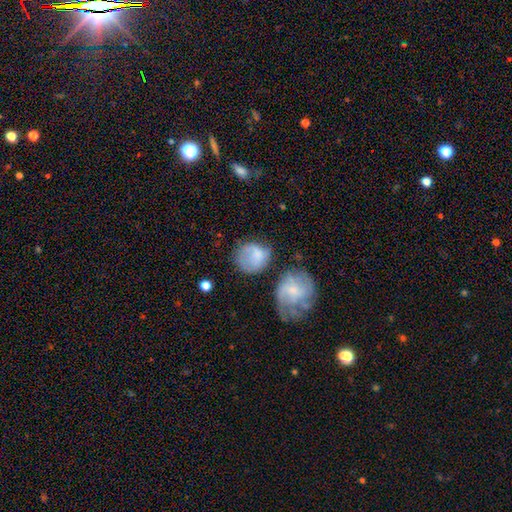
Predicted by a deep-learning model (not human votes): smooth-or-featured: smooth: 65% | featured or disk: 27% | star or artifact: 8%
  how-rounded: round: 73% | in between: 26% | cigar-shaped: 1%
  merging: none: 45% | minor disturbance: 26% | major disturbance: 19% | merger: 9%